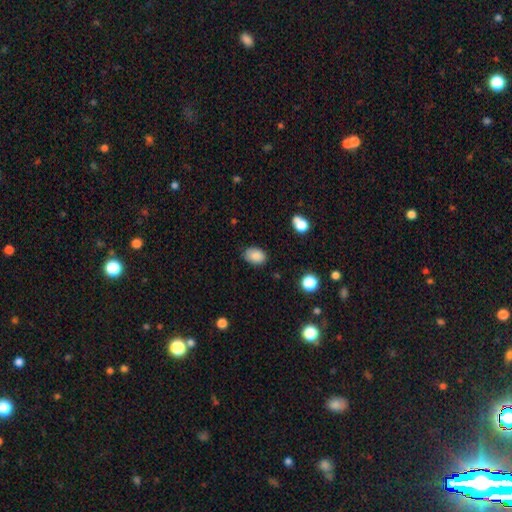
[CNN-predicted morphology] smooth 86%, star or artifact 9%, featured or disk 5%. Down the decision tree: how rounded — in between (79%); merging — none (79%).